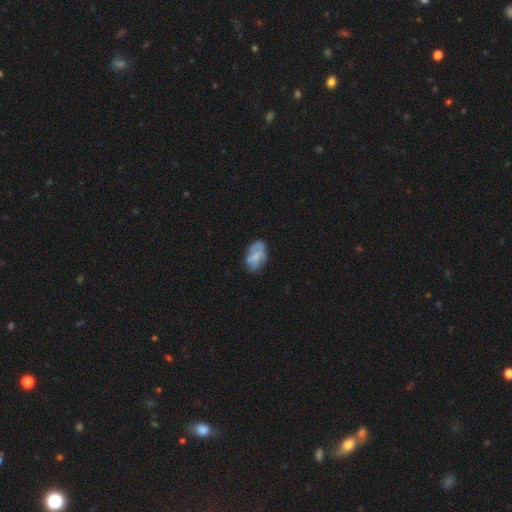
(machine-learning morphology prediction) Smooth or featured? Predicted: smooth (p=0.59). How rounded? Predicted: in between (p=0.91). Merging? Predicted: none (p=0.61).